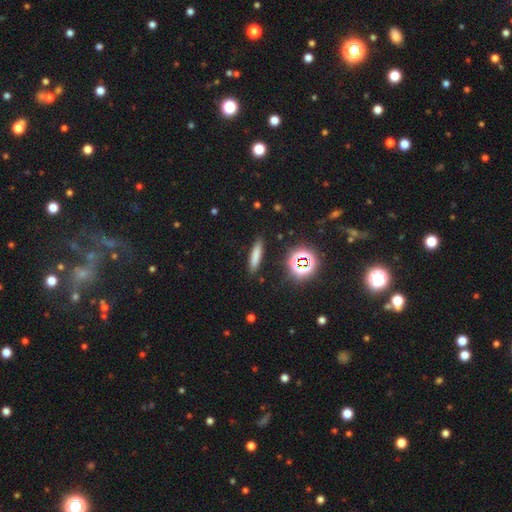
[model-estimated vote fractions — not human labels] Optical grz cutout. It shows a smooth galaxy with no disk features (71%) that is cigar-shaped (83%). Merging: none (88%).